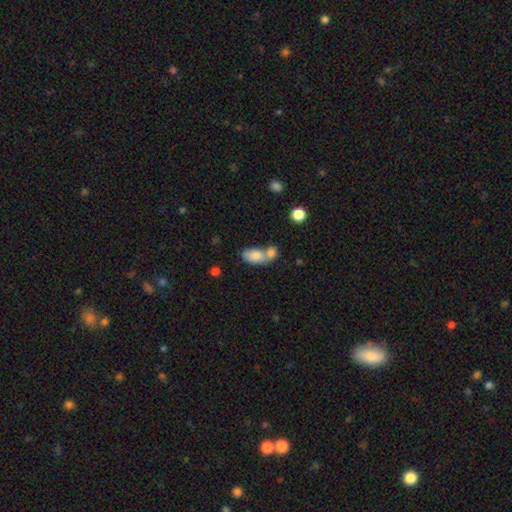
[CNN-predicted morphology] Smooth or featured: smooth — 79% (featured or disk — 14%)
How rounded: in between — 87% (round — 9%)
Merging: merger — 60% (none — 25%)